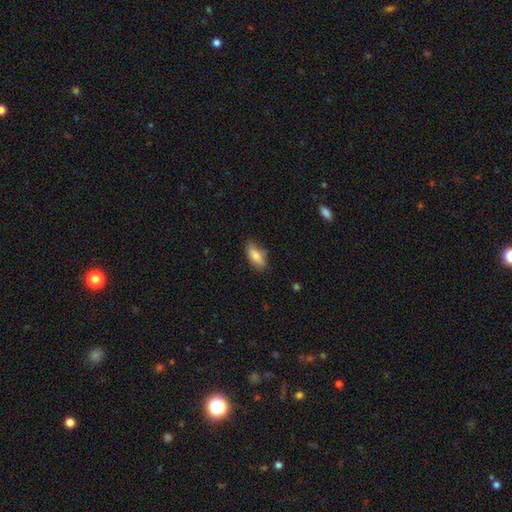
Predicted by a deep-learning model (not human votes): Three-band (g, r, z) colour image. It shows a smooth galaxy with no disk features (76%) that is in between round and cigar-shaped (79%). Merging: none (75%).